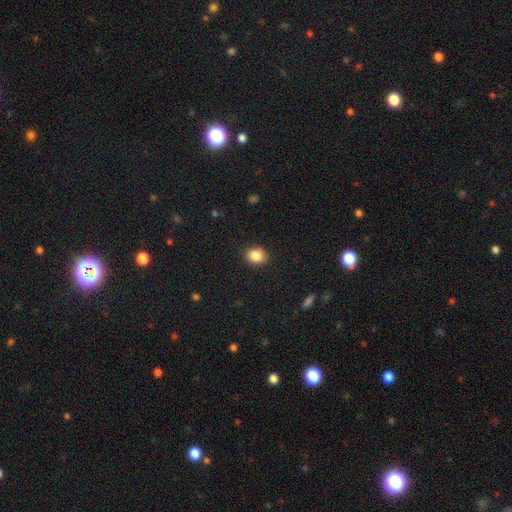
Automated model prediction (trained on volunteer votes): Q: Smooth or featured?
A: smooth (86%); runner-up: star or artifact (9%)
Q: How rounded?
A: round (55%); runner-up: in between (45%)
Q: Merging?
A: none (90%); runner-up: minor disturbance (7%)